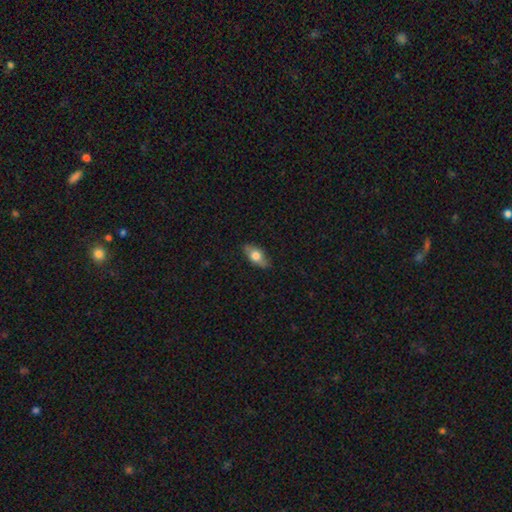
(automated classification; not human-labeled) Overall: smooth (67%; featured or disk 27%). How rounded: in between (84%). Merging: none (83%).